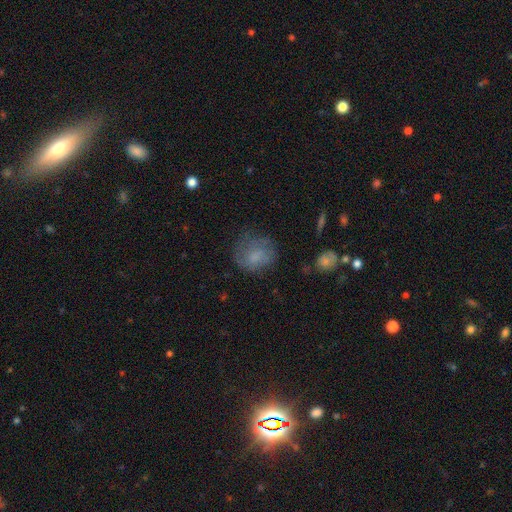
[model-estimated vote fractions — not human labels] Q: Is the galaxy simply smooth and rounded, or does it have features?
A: smooth — 65%.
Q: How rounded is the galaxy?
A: round — 71%.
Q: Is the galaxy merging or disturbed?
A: none — 57%.